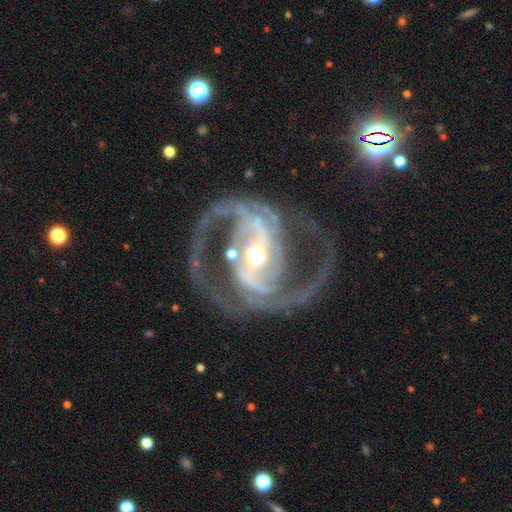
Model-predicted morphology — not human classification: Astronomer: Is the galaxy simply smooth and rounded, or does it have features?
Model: featured or disk — 93%.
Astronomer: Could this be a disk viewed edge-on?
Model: no — 97%.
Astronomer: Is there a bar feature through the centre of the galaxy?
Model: strong — 60%.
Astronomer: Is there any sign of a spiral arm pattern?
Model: yes — 98%.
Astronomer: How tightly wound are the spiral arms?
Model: medium — 62%.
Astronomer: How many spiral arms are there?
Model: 2 — 86%.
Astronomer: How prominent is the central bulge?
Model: moderate — 63%.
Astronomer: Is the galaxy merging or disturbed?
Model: none — 73%.